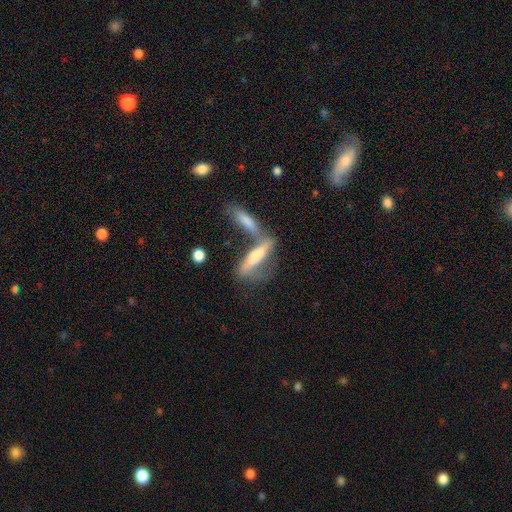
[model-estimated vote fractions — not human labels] smooth-or-featured: smooth: 48% | featured or disk: 45% | star or artifact: 7%
  merging: merger: 47% | none: 34% | minor disturbance: 11% | major disturbance: 7%